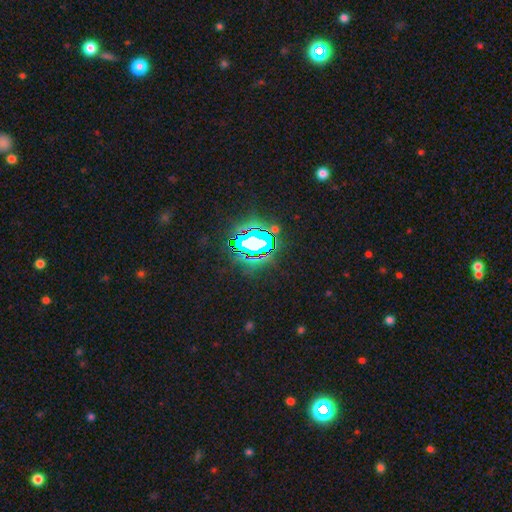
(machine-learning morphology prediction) Smooth or featured: star or artifact — 82% (smooth — 11%)